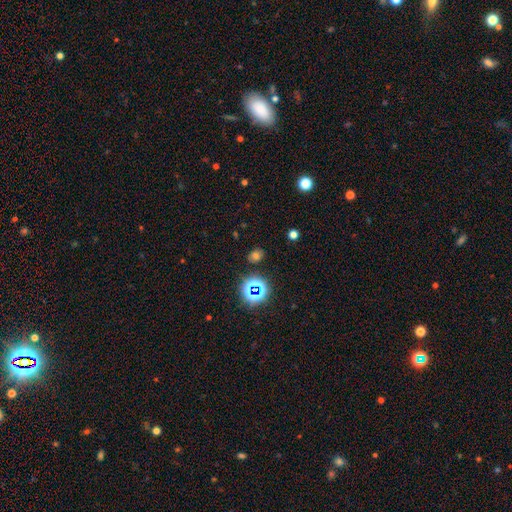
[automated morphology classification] Q: Smooth or featured?
A: smooth (57%); runner-up: star or artifact (36%)
Q: How rounded?
A: round (60%); runner-up: in between (39%)
Q: Merging?
A: none (83%); runner-up: minor disturbance (11%)